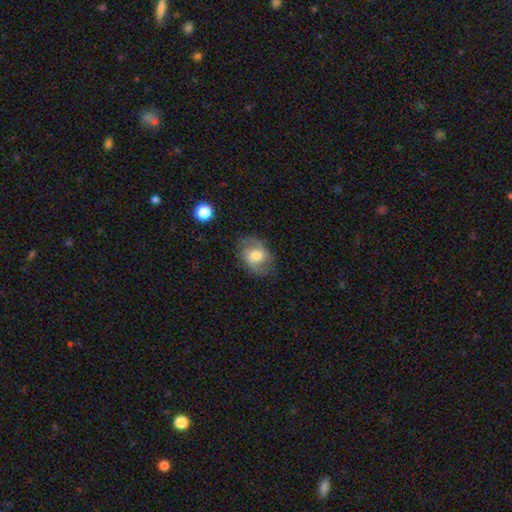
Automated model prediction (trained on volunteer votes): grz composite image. It shows a featured or disk galaxy (59%) with no bar (46%), spiral arms (87%) and a moderate central bulge (54%). Merging: none (74%).